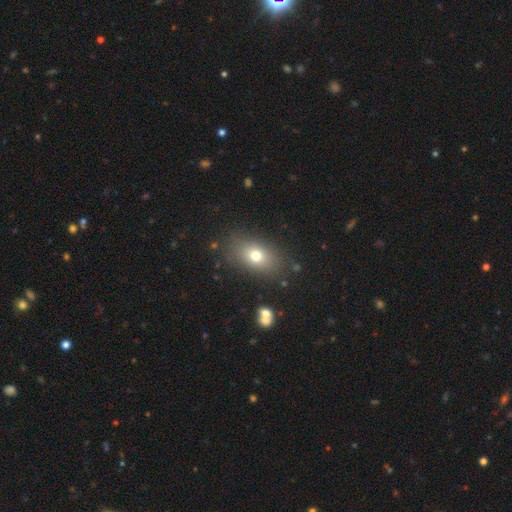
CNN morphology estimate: A smooth galaxy with no disk features (73%) that is in between round and cigar-shaped (79%).

Vote fractions:
- Smooth or featured? smooth: 73% / featured or disk: 15% / star or artifact: 12%
- How rounded? in between: 79% / round: 18% / cigar-shaped: 3%
- Merging? none: 83% / minor disturbance: 11% / major disturbance: 4% / merger: 2%